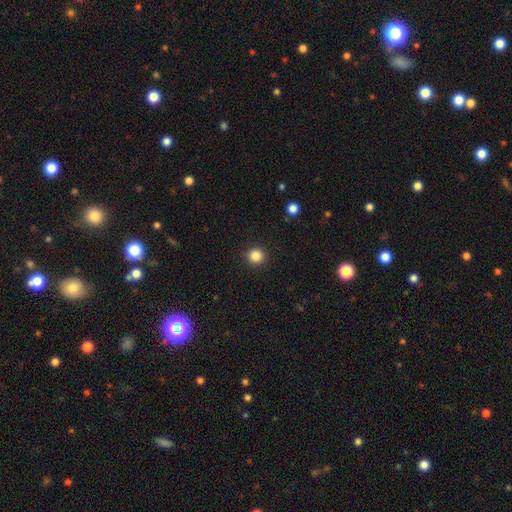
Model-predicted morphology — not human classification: Smooth or featured?
  - smooth: 85% *
  - star or artifact: 11%
  - featured or disk: 4%
How rounded?
  - round: 94% *
  - in between: 5%
  - cigar-shaped: 1%
Merging?
  - none: 92% *
  - minor disturbance: 5%
  - major disturbance: 2%
  - merger: 1%